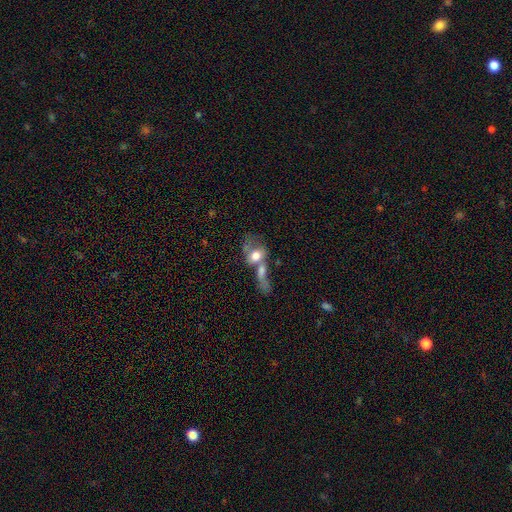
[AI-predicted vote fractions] Q: Smooth or featured?
A: smooth (60%); runner-up: featured or disk (31%)
Q: How rounded?
A: in between (61%); runner-up: round (35%)
Q: Merging?
A: merger (66%); runner-up: major disturbance (18%)